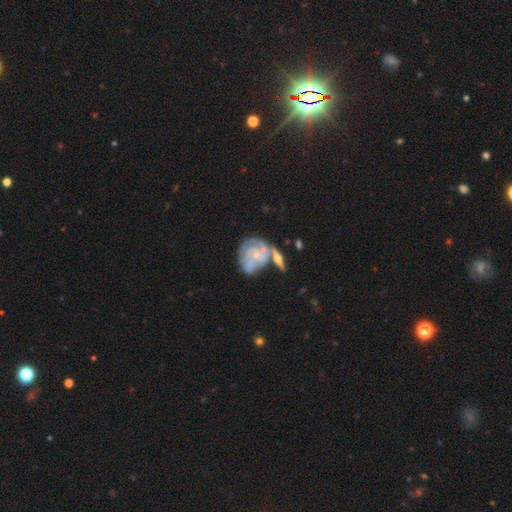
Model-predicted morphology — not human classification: smooth_or_featured: featured or disk (p=0.75) [alt: smooth p=0.19]
disk_edge_on: no (p=0.97) [alt: yes p=0.03]
bar: no (p=0.76) [alt: weak p=0.20]
has_spiral_arms: yes (p=0.81) [alt: no p=0.19]
spiral_winding: tight (p=0.63) [alt: medium p=0.27]
spiral_arm_count: can't tell (p=0.42) [alt: 3 p=0.22]
bulge_size: small (p=0.69) [alt: moderate p=0.19]
merging: none (p=0.35) [alt: merger p=0.34]